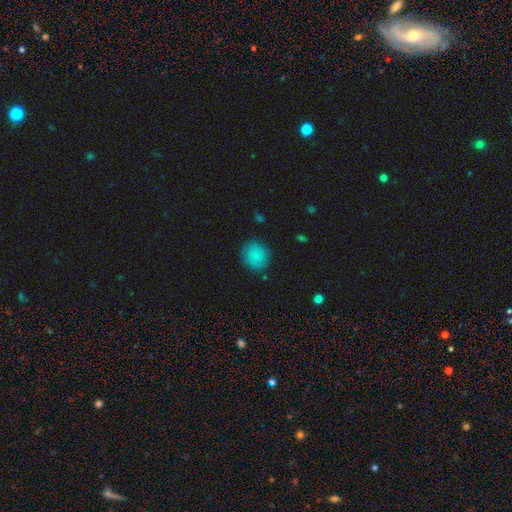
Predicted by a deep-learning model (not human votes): smooth 84%, star or artifact 9%, featured or disk 7%. Down the decision tree: how rounded — round (89%); merging — none (86%).